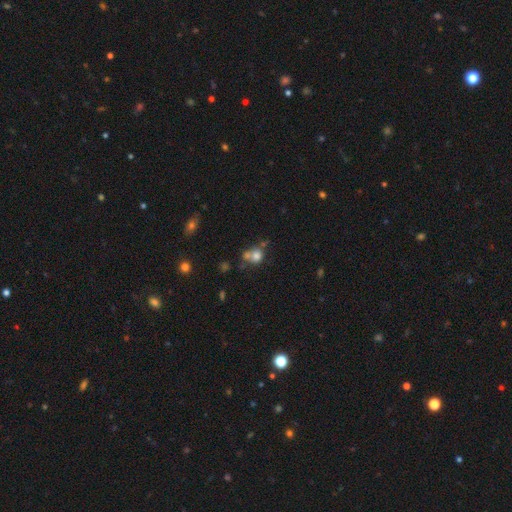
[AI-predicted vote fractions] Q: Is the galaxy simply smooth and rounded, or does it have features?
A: smooth — 73%.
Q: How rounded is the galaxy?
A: round — 76%.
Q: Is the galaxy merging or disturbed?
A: none — 40%.